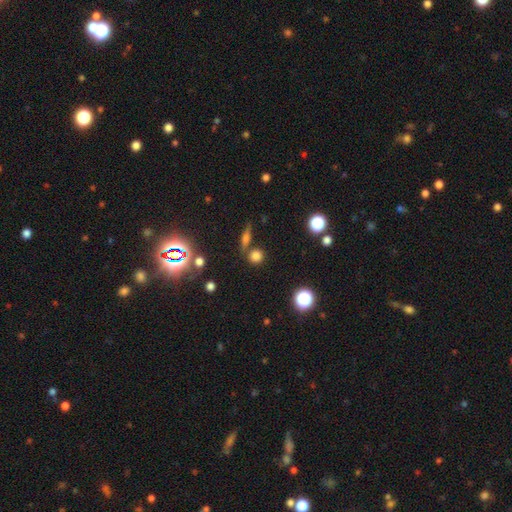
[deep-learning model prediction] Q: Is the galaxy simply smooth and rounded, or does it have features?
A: smooth — 71%.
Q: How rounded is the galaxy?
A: round — 85%.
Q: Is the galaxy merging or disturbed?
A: none — 73%.